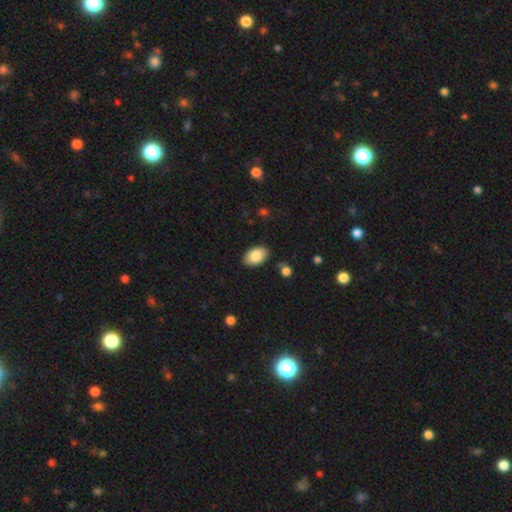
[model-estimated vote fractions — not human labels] Morphology: type=smooth (84%); roundness=in between (93%); merging=none (85%).